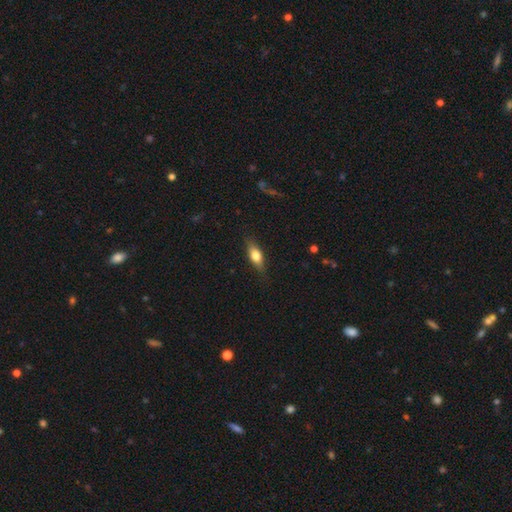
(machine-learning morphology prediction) smooth-or-featured: smooth: 70% | featured or disk: 23% | star or artifact: 7%
  how-rounded: in between: 71% | cigar-shaped: 25% | round: 5%
  merging: none: 82% | minor disturbance: 14% | major disturbance: 3% | merger: 1%